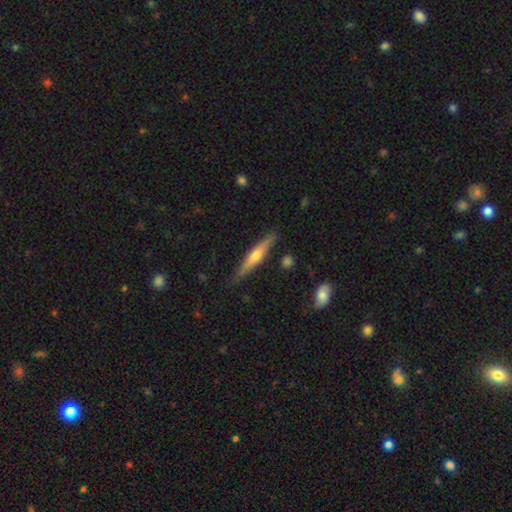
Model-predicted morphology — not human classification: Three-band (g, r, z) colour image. It shows a featured or disk galaxy (61%) viewed edge-on (96%) with a rounded central bulge (83%). Merging: none (85%).